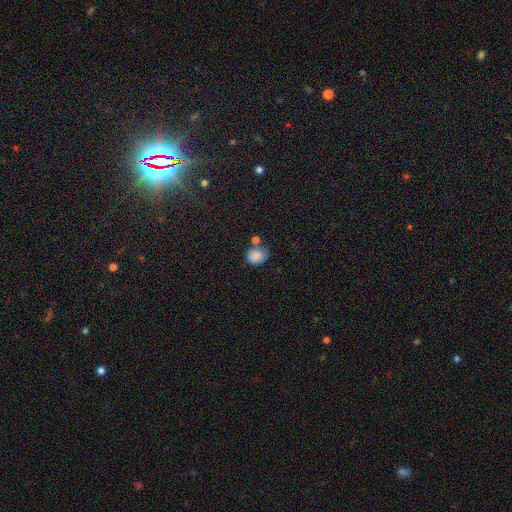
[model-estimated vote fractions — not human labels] Smooth or featured: smooth — 82% (star or artifact — 10%)
How rounded: round — 67% (in between — 32%)
Merging: none — 54% (minor disturbance — 21%)